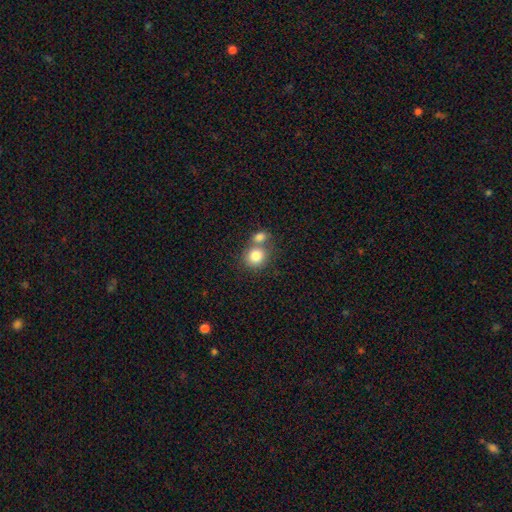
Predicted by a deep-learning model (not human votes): A smooth galaxy with no disk features (81%) that is round (81%). Merging: merger (45%).